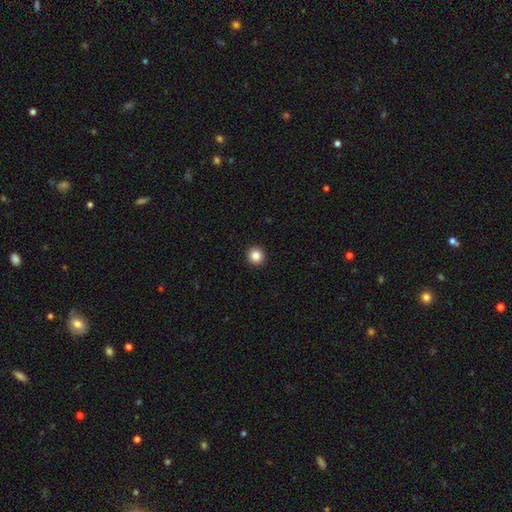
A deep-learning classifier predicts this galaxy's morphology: Smooth or featured? Predicted: smooth (p=0.85). How rounded? Predicted: round (p=0.95). Merging? Predicted: none (p=0.94).